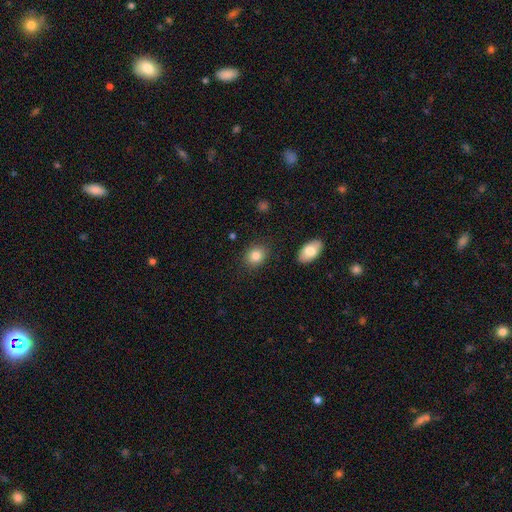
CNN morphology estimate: Smooth or featured?
  - smooth: 84% *
  - star or artifact: 9%
  - featured or disk: 7%
How rounded?
  - round: 58% *
  - in between: 41%
  - cigar-shaped: 1%
Merging?
  - none: 85% *
  - minor disturbance: 10%
  - merger: 3%
  - major disturbance: 3%